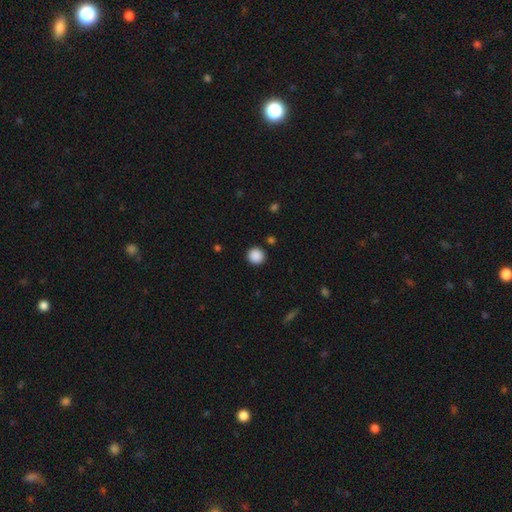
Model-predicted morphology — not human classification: The model was most divided on "smooth or featured": smooth: 88%, star or artifact: 10%, featured or disk: 2%. More confident: how rounded — round (94%); merging — none (91%).